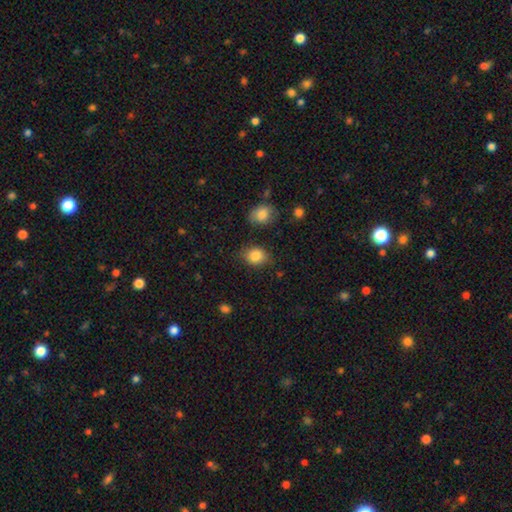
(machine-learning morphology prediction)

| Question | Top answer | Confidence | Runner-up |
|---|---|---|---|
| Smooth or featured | smooth | 84% | star or artifact (9%) |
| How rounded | in between | 52% | round (47%) |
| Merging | none | 78% | minor disturbance (15%) |